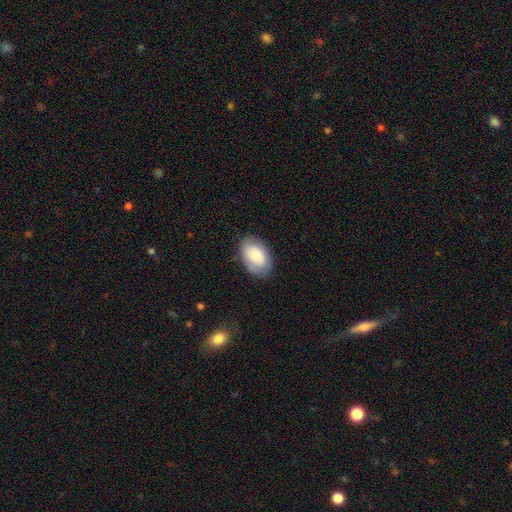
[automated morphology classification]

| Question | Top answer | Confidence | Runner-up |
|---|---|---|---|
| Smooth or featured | smooth | 71% | featured or disk (22%) |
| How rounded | in between | 88% | round (11%) |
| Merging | none | 79% | minor disturbance (16%) |